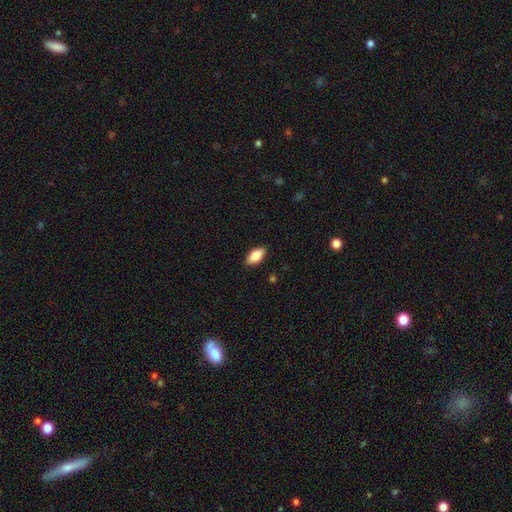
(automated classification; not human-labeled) Smooth or featured: smooth — 80% (featured or disk — 13%)
How rounded: in between — 89% (cigar-shaped — 7%)
Merging: none — 87% (minor disturbance — 10%)